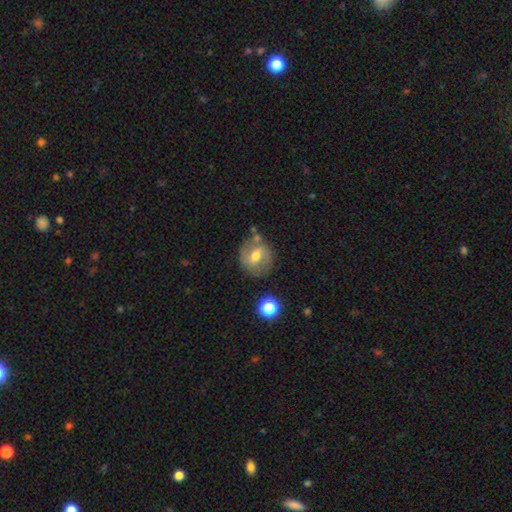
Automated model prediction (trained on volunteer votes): Q: Smooth or featured?
A: featured or disk (46%); runner-up: smooth (45%)
Q: Merging?
A: none (69%); runner-up: minor disturbance (17%)